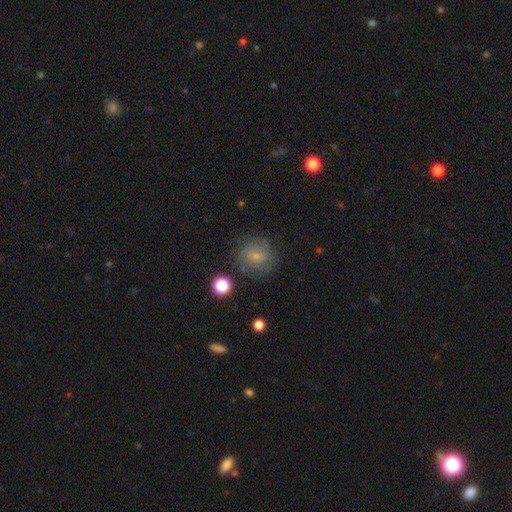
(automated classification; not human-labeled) A smooth galaxy with no disk features (66%) that is round (84%). Merging: none (72%).